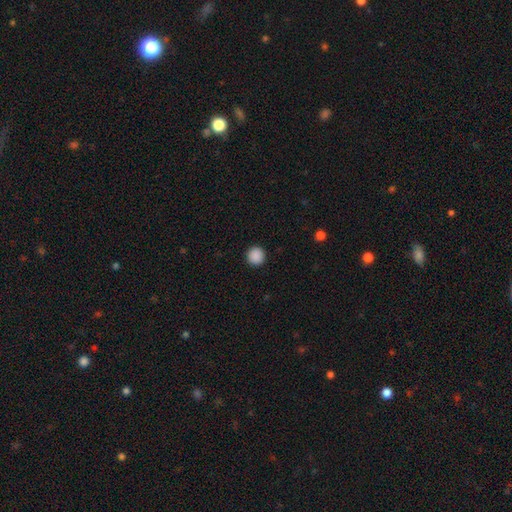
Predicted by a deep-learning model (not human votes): The model was most divided on "smooth or featured": smooth: 89%, star or artifact: 9%, featured or disk: 2%. More confident: how rounded — round (94%); merging — none (93%).